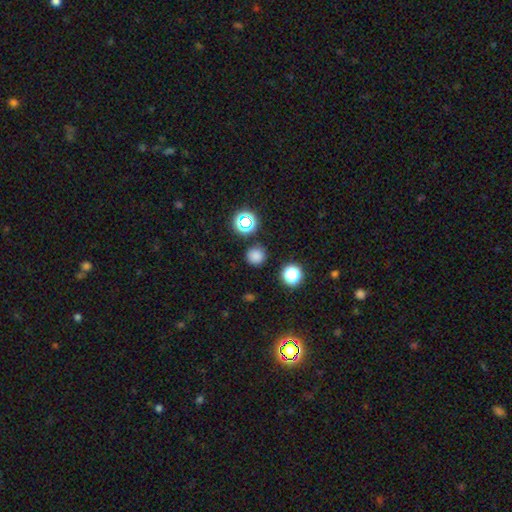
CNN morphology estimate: This is likely a smooth galaxy (77%). How rounded: clearly round (94%). Merging: clearly none (88%).